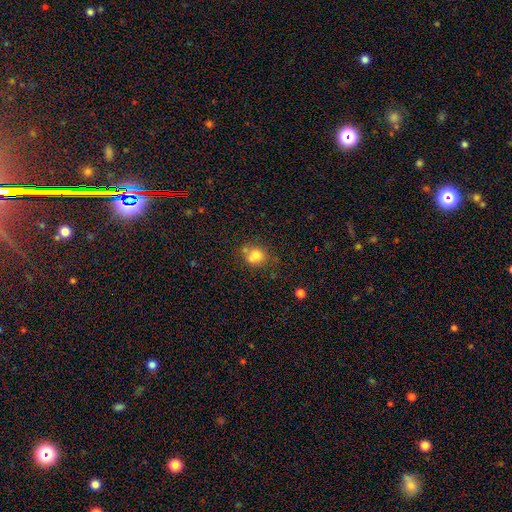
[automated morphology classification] smooth 76%, featured or disk 12%, star or artifact 12%. Down the decision tree: how rounded — round (73%); merging — none (51%).